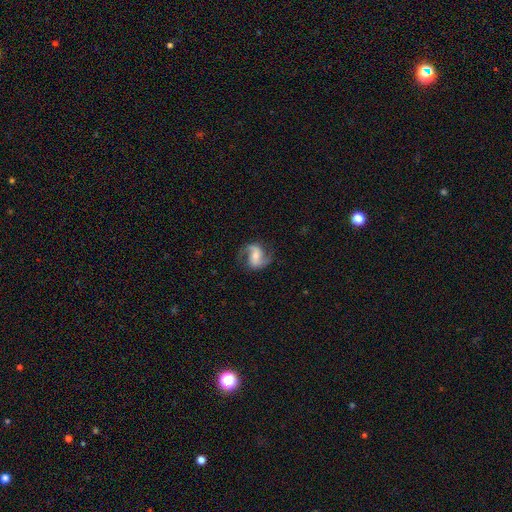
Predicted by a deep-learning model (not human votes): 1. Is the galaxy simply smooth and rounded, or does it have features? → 85% featured or disk, 9% smooth, 6% star or artifact.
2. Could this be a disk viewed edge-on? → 98% no, 2% yes.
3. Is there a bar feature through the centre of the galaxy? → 43% weak, 30% no, 28% strong.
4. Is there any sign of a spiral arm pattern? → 97% yes, 3% no.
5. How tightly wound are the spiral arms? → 48% medium, 39% loose, 12% tight.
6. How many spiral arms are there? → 91% 2, 3% 1, 2% can't tell, 1% 3, 1% 4, 1% more than 4.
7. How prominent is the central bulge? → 42% small (tied), 42% moderate (tied), 8% none, 7% large, 2% dominant.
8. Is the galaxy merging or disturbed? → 78% none, 14% minor disturbance, 7% major disturbance, 1% merger.